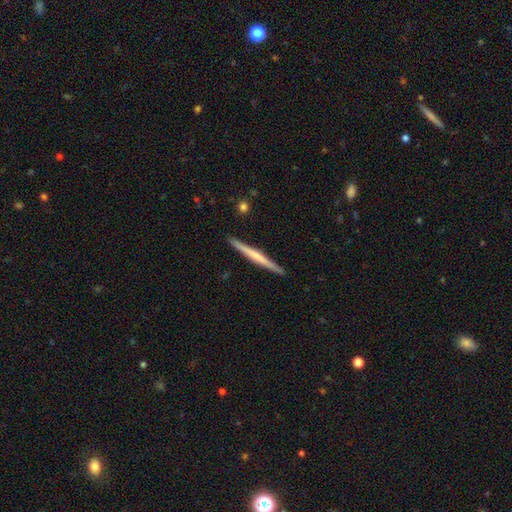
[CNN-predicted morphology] A featured or disk galaxy (55%) viewed edge-on (98%) with no central bulge (65%). Merging: none (92%).